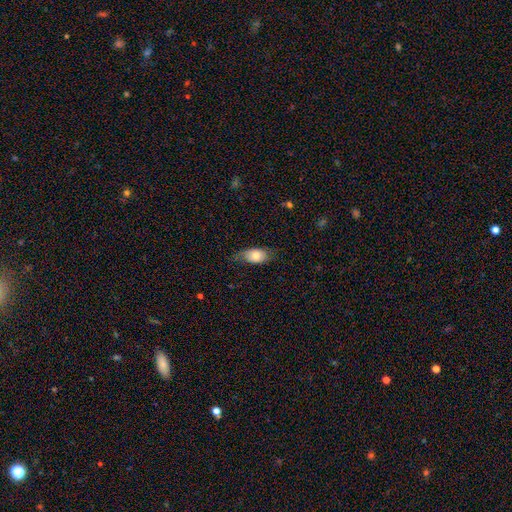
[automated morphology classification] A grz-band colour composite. It shows a smooth galaxy with no disk features (74%) that is in between round and cigar-shaped (88%). Merging: none (58%).